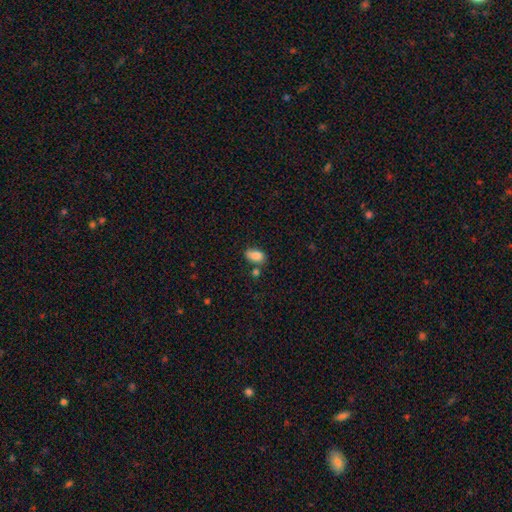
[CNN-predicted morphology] smooth_or_featured: smooth (p=0.85) [alt: star or artifact p=0.09]
how_rounded: in between (p=0.90) [alt: round p=0.08]
merging: none (p=0.58) [alt: minor disturbance p=0.22]